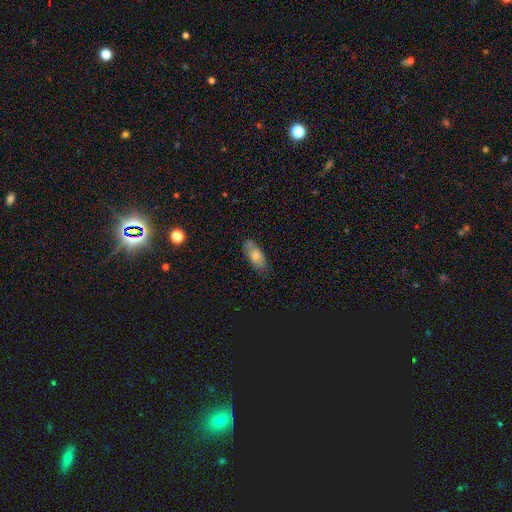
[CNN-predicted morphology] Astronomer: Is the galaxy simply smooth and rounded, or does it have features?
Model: smooth — 75%.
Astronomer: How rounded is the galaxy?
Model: in between — 83%.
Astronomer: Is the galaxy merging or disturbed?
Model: none — 73%.